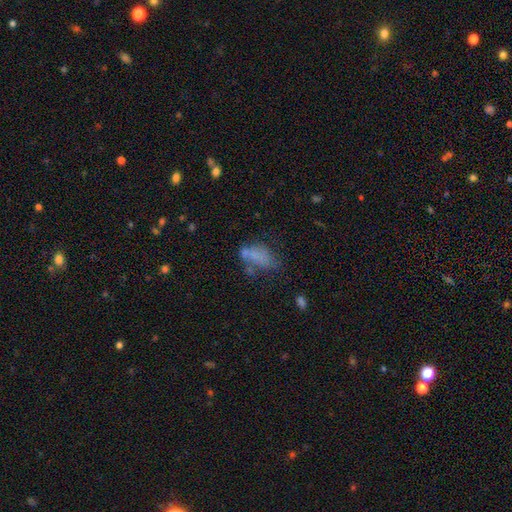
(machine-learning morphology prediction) The model was most divided on "merging": none: 35%, major disturbance: 24%, minor disturbance: 24%, merger: 16%. More confident: how rounded — in between (85%); smooth or featured — smooth (61%).